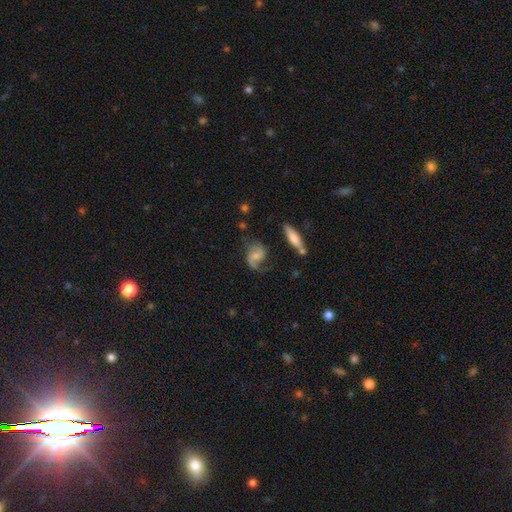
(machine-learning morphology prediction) This appears to be a featured or disk galaxy (70%) with no bar (54%), 2 (72%) loose (45%) spiral arms (92%) and a small central bulge (50%). Merging: none (53%).